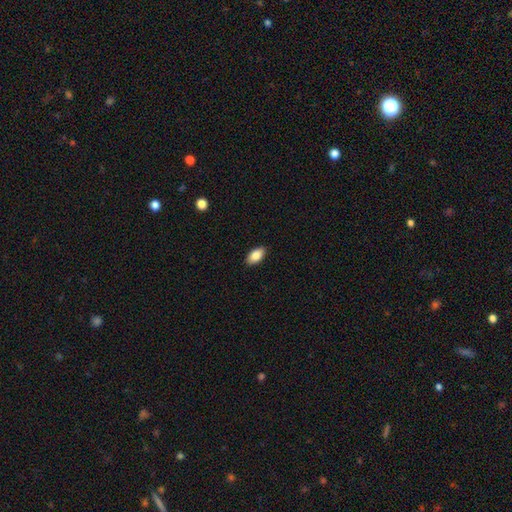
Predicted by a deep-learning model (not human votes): smooth_or_featured: smooth (p=0.85) [alt: featured or disk p=0.08]
how_rounded: in between (p=0.93) [alt: cigar-shaped p=0.03]
merging: none (p=0.90) [alt: minor disturbance p=0.08]